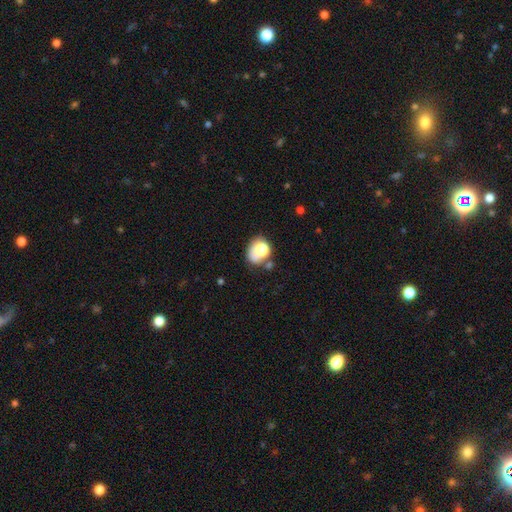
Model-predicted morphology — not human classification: Smooth or featured: smooth — 71% (featured or disk — 18%)
How rounded: round — 50% (in between — 49%)
Merging: none — 43% (minor disturbance — 23%)